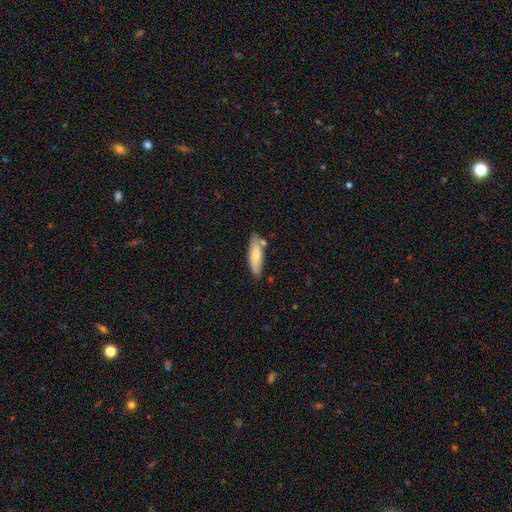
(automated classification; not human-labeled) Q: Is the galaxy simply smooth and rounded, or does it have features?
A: smooth — 71%.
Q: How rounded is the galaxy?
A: cigar-shaped — 50%.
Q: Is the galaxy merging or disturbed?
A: none — 73%.